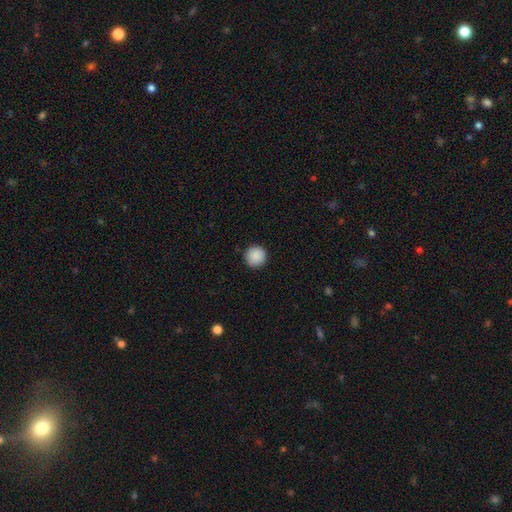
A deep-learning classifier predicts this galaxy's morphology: Smooth or featured? Predicted: smooth (p=0.89). How rounded? Predicted: round (p=0.96). Merging? Predicted: none (p=0.92).